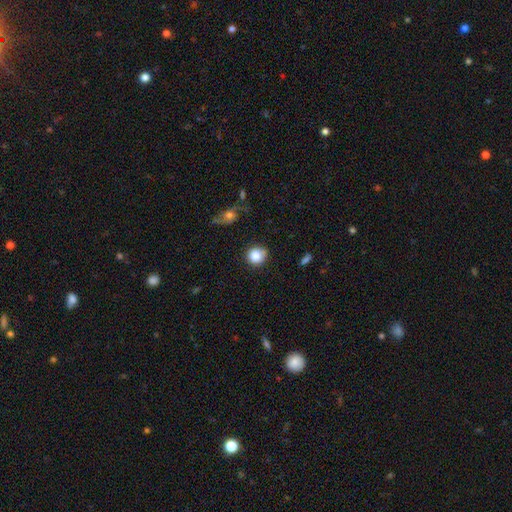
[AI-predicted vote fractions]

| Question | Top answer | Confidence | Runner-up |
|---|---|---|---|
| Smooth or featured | smooth | 84% | star or artifact (9%) |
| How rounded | round | 87% | in between (11%) |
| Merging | none | 72% | minor disturbance (20%) |